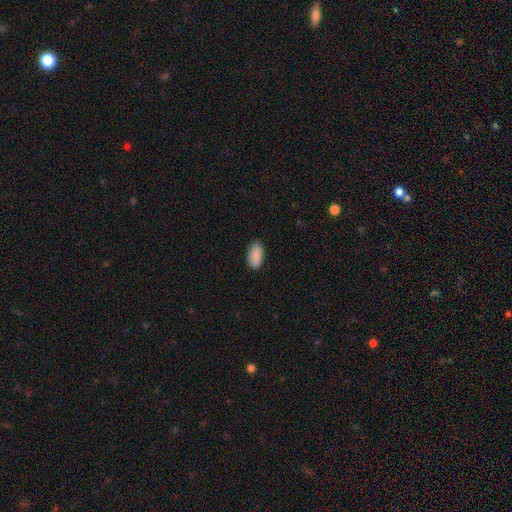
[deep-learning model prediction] Q: Smooth or featured?
A: smooth (90%); runner-up: star or artifact (7%)
Q: How rounded?
A: in between (94%); runner-up: cigar-shaped (4%)
Q: Merging?
A: none (85%); runner-up: minor disturbance (12%)